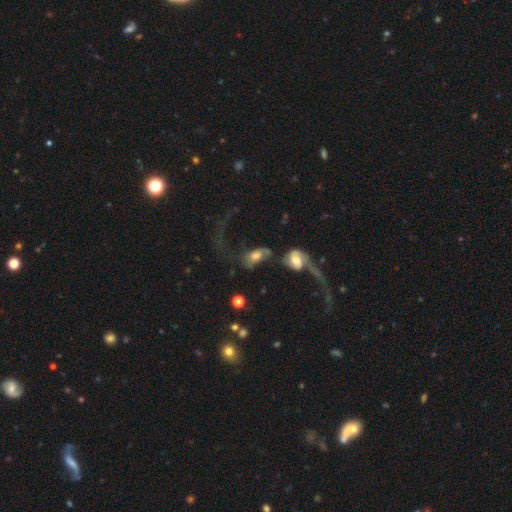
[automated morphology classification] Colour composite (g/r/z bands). It shows a smooth galaxy with no disk features (49%). Merging: merger (47%).